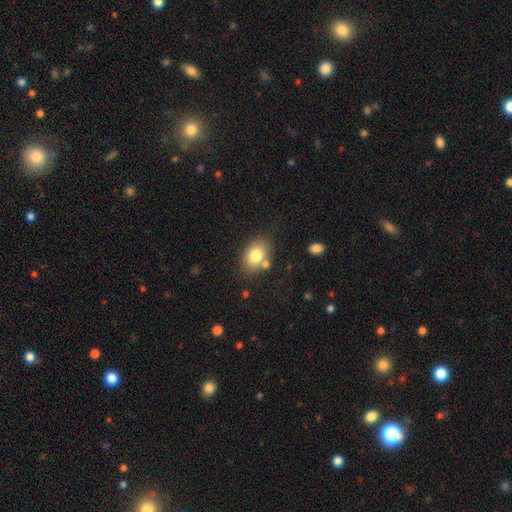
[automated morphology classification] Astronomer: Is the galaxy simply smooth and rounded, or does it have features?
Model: smooth — 79%.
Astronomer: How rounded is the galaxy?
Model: in between — 73%.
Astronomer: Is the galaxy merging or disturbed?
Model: none — 72%.